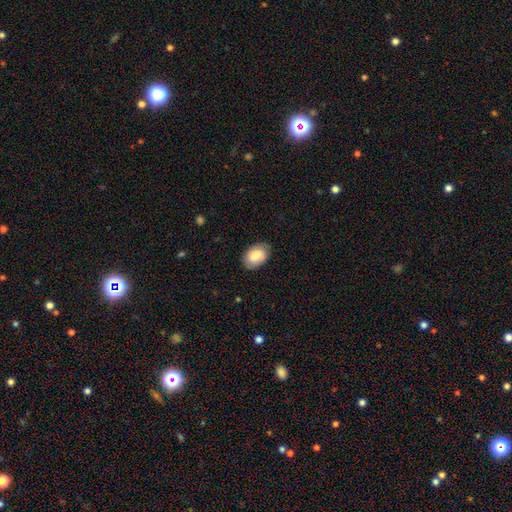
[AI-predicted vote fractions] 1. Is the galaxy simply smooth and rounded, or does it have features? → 77% smooth, 16% featured or disk, 7% star or artifact.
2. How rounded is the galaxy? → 90% in between, 8% round, 1% cigar-shaped.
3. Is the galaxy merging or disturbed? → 80% none, 16% minor disturbance, 3% major disturbance, 1% merger.